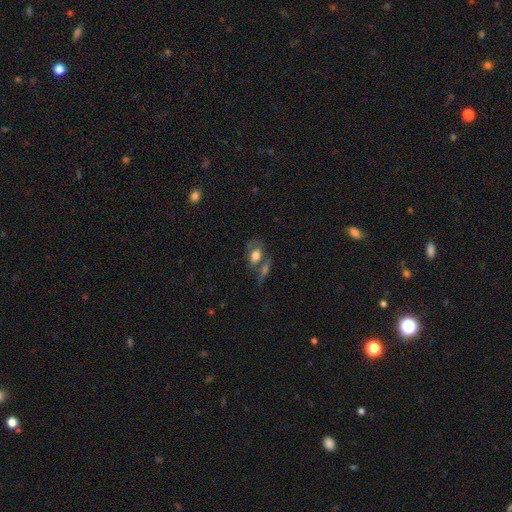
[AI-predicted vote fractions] A smooth galaxy with no disk features (65%) that is in between round and cigar-shaped (82%).

Vote fractions:
- Smooth or featured? smooth: 65% / featured or disk: 26% / star or artifact: 10%
- How rounded? in between: 82% / round: 13% / cigar-shaped: 5%
- Merging? none: 41% / merger: 33% / minor disturbance: 15% / major disturbance: 10%